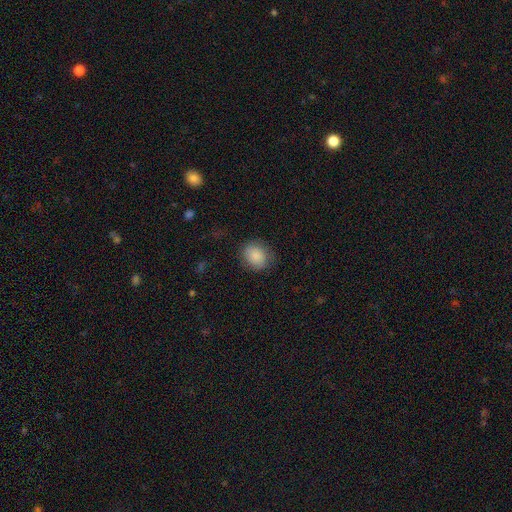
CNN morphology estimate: Smooth or featured: smooth — 87% (star or artifact — 7%)
How rounded: round — 70% (in between — 29%)
Merging: none — 79% (minor disturbance — 15%)